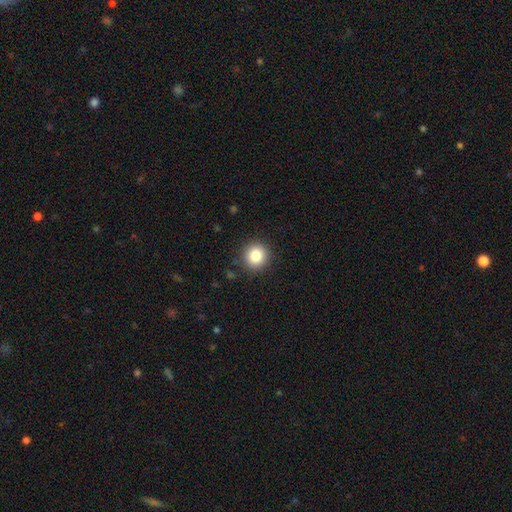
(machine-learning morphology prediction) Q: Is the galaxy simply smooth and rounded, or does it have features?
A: smooth — 84%.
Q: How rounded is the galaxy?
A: round — 91%.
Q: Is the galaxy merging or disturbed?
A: none — 90%.